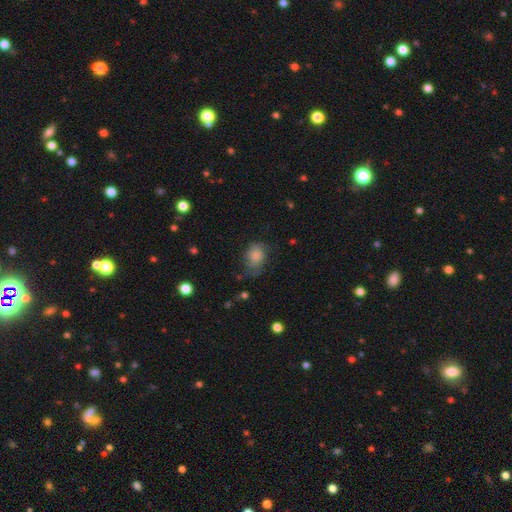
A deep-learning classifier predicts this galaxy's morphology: This is possibly a smooth galaxy (54%). How rounded: possibly in between (58%). Merging: possibly none (49%).